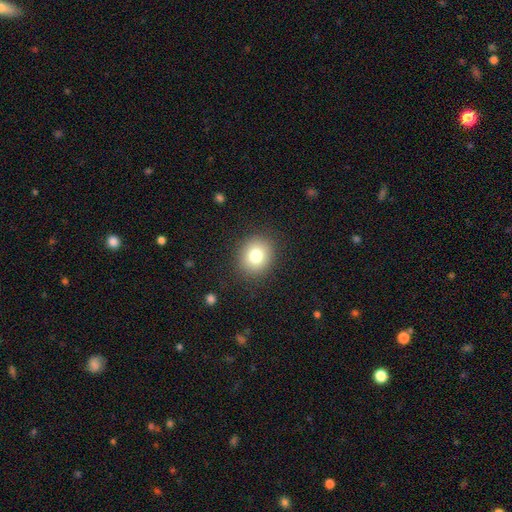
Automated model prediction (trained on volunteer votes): smooth 79%, star or artifact 11%, featured or disk 11%. Down the decision tree: how rounded — round (77%); merging — none (89%).